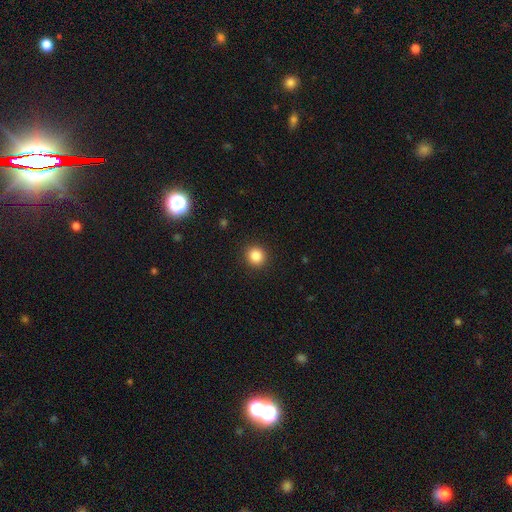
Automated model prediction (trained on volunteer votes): smooth_or_featured: smooth (p=0.85) [alt: star or artifact p=0.11]
how_rounded: round (p=0.91) [alt: in between p=0.08]
merging: none (p=0.92) [alt: minor disturbance p=0.05]